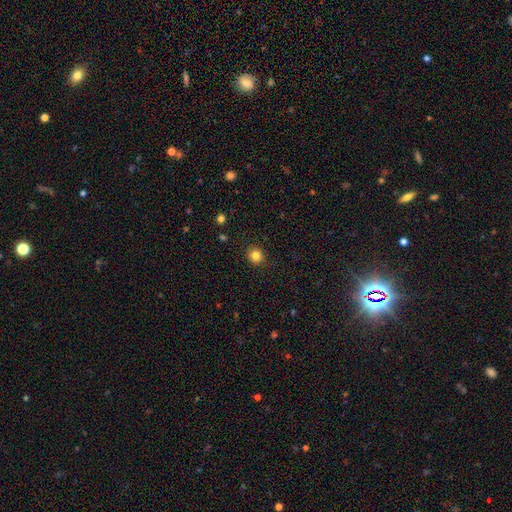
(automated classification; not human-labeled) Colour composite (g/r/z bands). It shows a smooth galaxy with no disk features (82%) that is round (84%). Merging: none (89%).